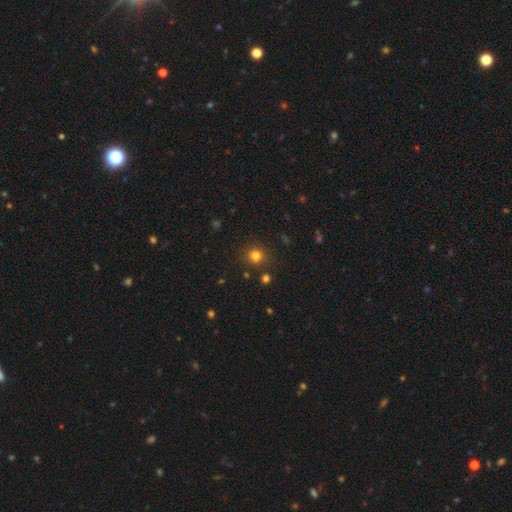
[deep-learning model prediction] This appears to be a smooth galaxy with no disk features (78%) that is round (87%). Merging: none (83%).